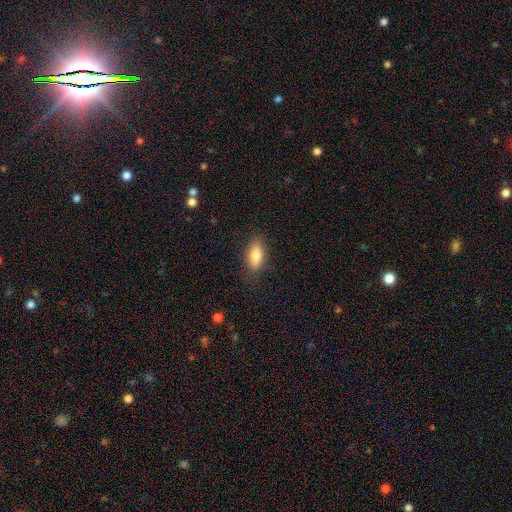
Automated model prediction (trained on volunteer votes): smooth 82%, featured or disk 11%, star or artifact 7%. Down the decision tree: how rounded — in between (83%); merging — none (80%).